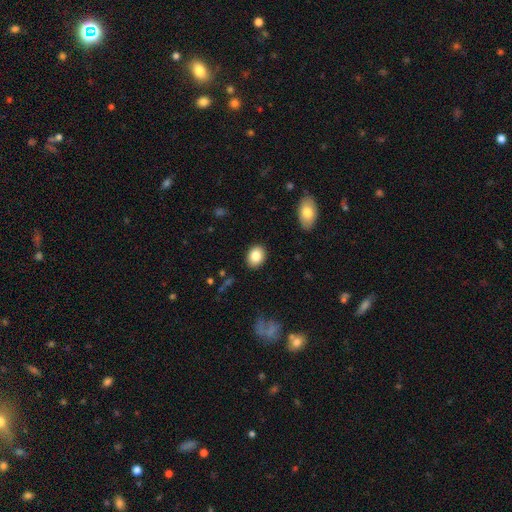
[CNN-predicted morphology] smooth-or-featured: smooth: 84% | star or artifact: 8% | featured or disk: 8%
  how-rounded: in between: 59% | round: 40% | cigar-shaped: 1%
  merging: none: 89% | minor disturbance: 8% | major disturbance: 2% | merger: 1%